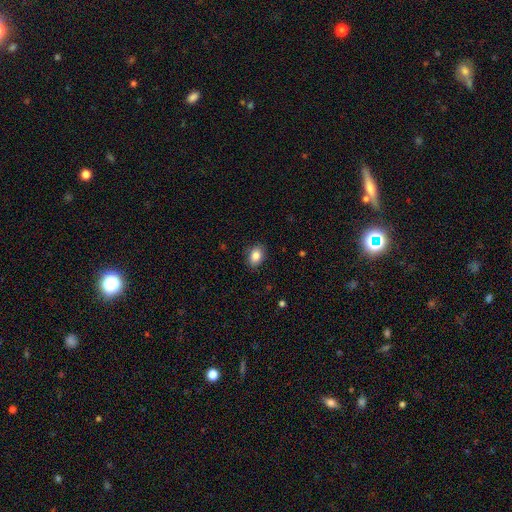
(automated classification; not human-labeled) Smooth or featured: smooth — 85% (star or artifact — 8%)
How rounded: in between — 78% (round — 20%)
Merging: none — 86% (minor disturbance — 10%)